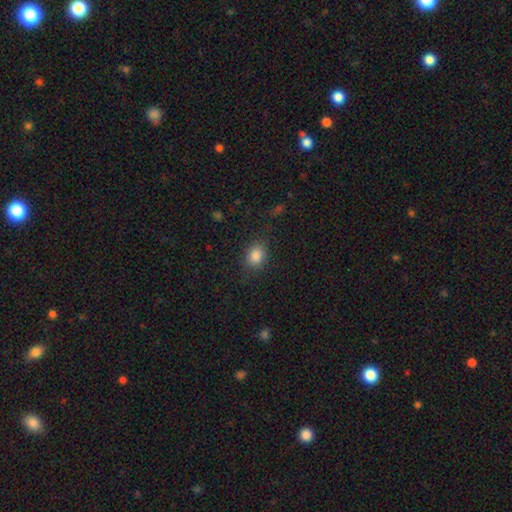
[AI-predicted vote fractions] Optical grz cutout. It shows a smooth galaxy with no disk features (85%) that is round (50%). Merging: none (82%).